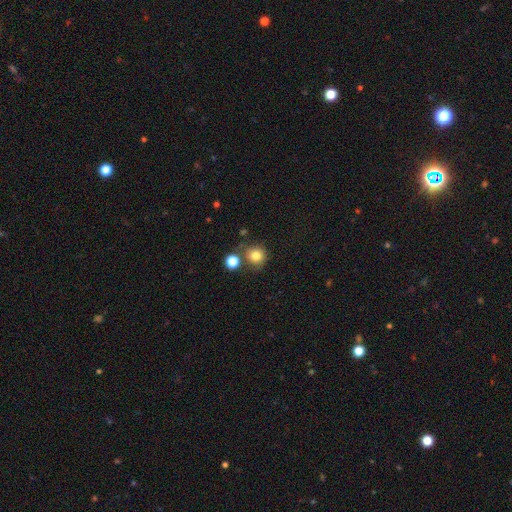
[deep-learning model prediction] Overall: smooth (80%). How rounded: round (90%). Merging: none (69%).